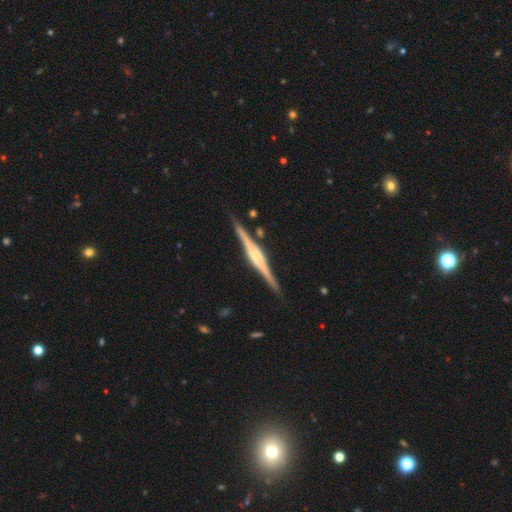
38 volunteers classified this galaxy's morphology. Smooth or featured: featured or disk — 89% (smooth — 5%)
Edge-on disk: yes — 100%
Edge-on bulge: rounded — 65% (boxy — 35%)
Merging: none — 97% (merger — 3%)